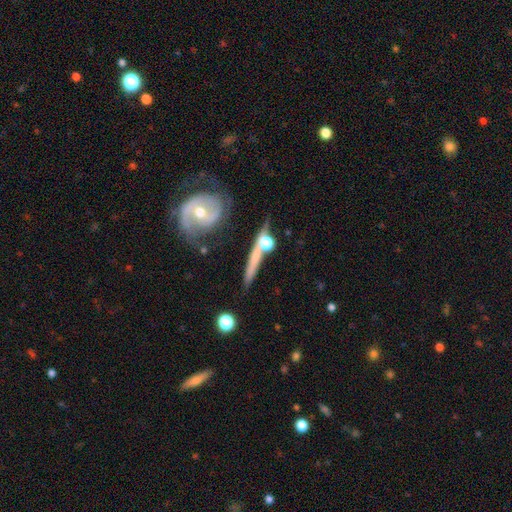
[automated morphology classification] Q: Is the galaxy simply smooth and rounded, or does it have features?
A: featured or disk — 56%.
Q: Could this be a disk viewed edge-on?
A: yes — 76%.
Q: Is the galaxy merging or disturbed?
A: none — 60%.